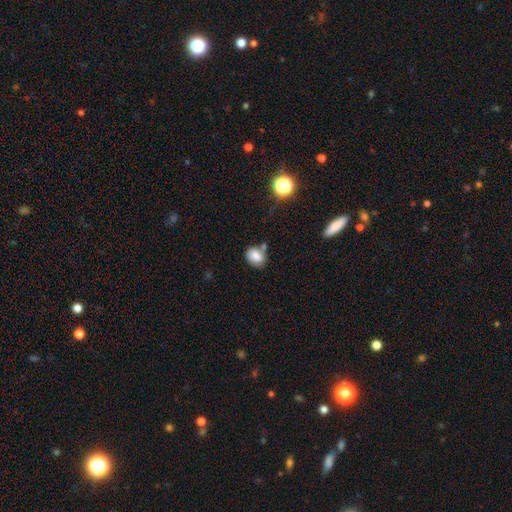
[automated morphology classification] Overall: smooth (80%). How rounded: in between (57%; round 42%). Merging: none (59%).